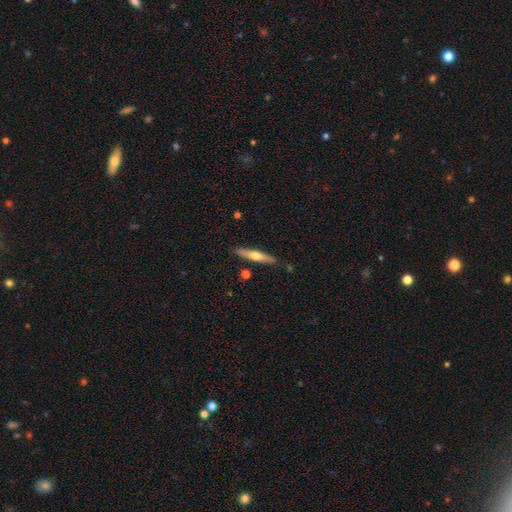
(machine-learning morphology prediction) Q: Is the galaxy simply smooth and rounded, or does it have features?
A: featured or disk — 52%.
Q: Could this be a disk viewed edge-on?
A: yes — 94%.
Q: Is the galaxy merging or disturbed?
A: none — 86%.